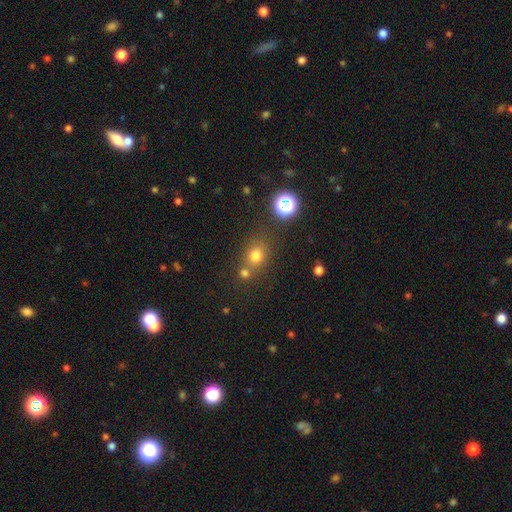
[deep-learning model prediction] This is likely a smooth galaxy (73%). How rounded: likely round (71%). Merging: likely none (63%).